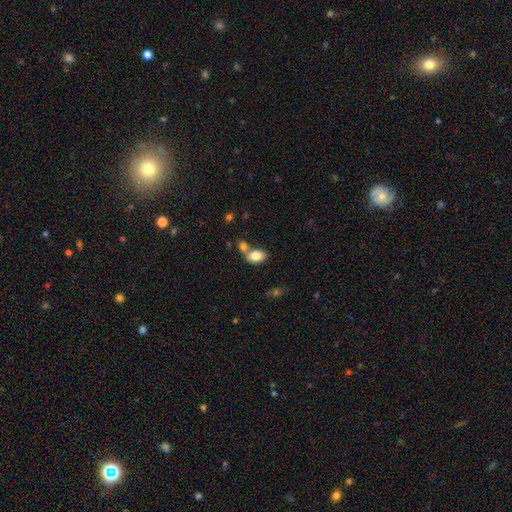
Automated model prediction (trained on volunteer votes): A smooth galaxy with no disk features (80%) that is in between round and cigar-shaped (86%). Merging: none (49%).